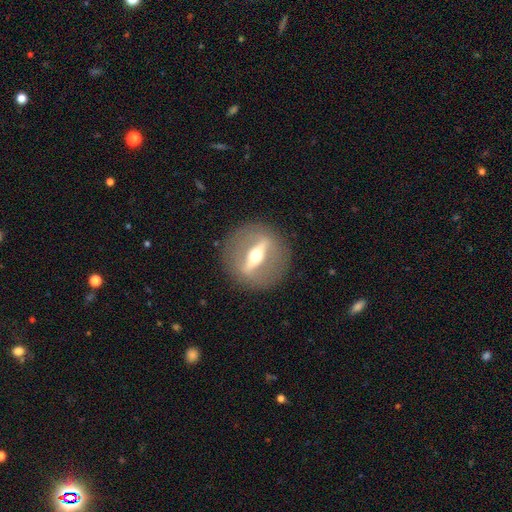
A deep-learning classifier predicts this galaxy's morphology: type=featured or disk (81%); edge-on=yes (59%); merging=none (87%).